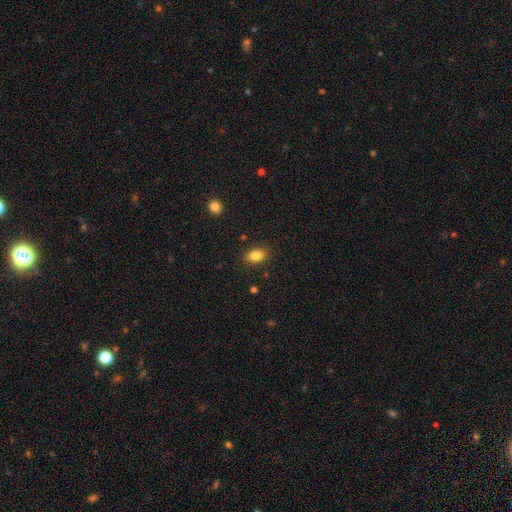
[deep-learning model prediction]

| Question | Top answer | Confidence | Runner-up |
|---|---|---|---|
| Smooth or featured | smooth | 84% | star or artifact (9%) |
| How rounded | in between | 83% | round (15%) |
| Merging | none | 87% | minor disturbance (10%) |